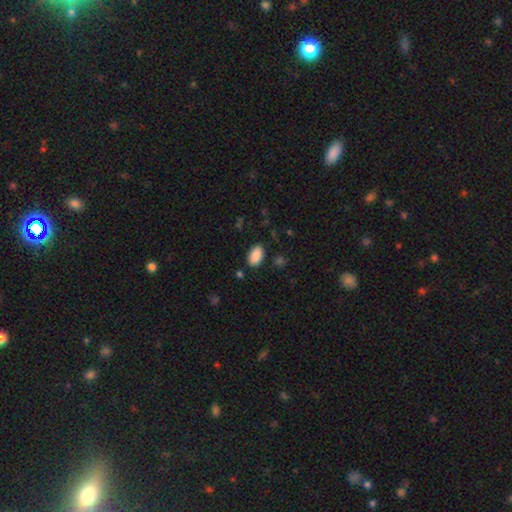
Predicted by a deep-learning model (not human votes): This appears to be a smooth galaxy with no disk features (89%) that is in between round and cigar-shaped (94%). Merging: none (85%).